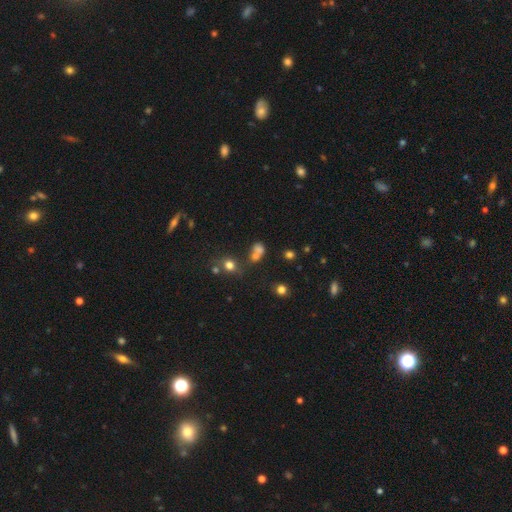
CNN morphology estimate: type=smooth (62%); roundness=round (61%); merging=none (43%).